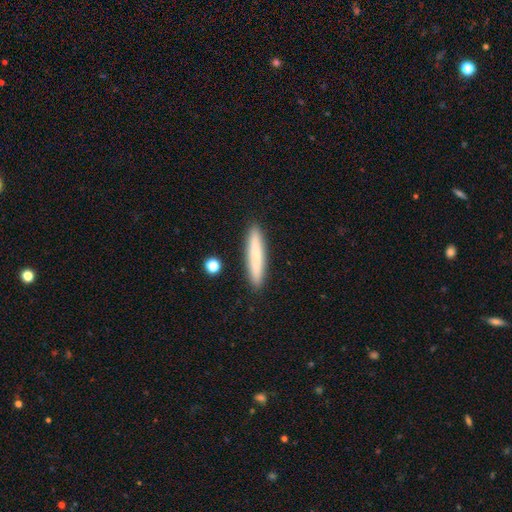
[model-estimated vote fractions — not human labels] Morphology: type=smooth (77%); roundness=cigar-shaped (92%); merging=none (90%).